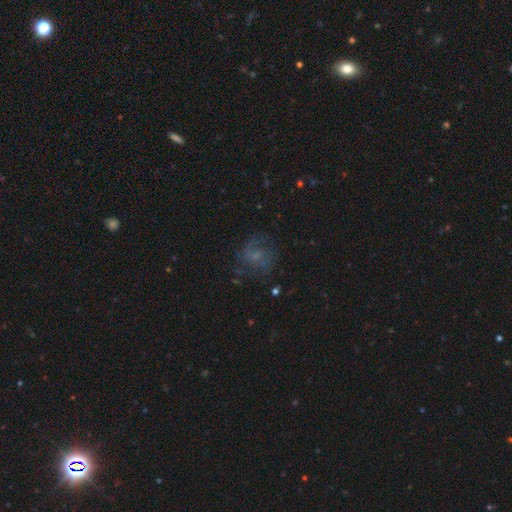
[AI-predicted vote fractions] Morphology: type=featured or disk (49%); merging=none (59%).